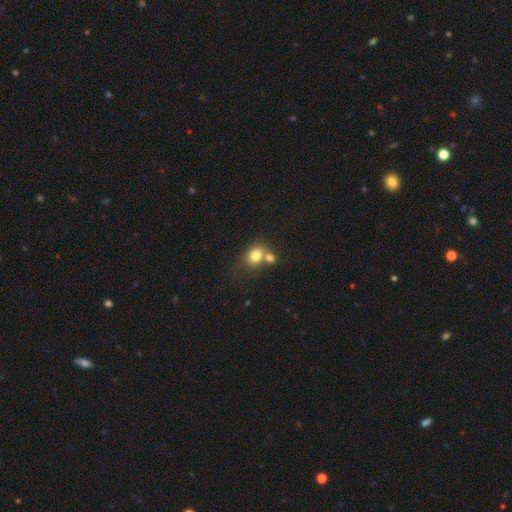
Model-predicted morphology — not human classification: The model was most divided on "merging": merger: 44%, none: 41%, minor disturbance: 11%, major disturbance: 4%. More confident: smooth or featured — smooth (78%); how rounded — round (55%).